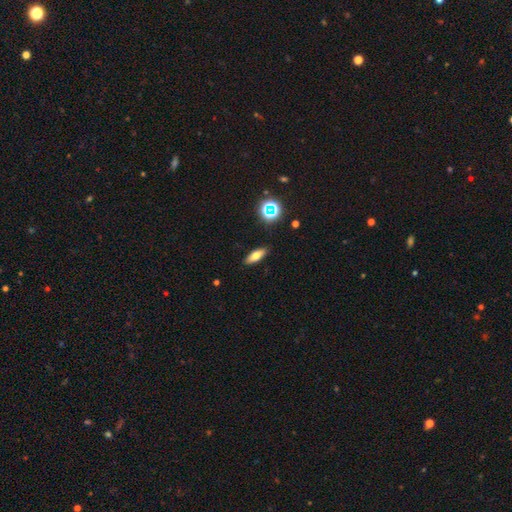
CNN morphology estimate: The model was most divided on "how rounded": in between: 61%, cigar-shaped: 34%, round: 4%. More confident: merging — none (88%); smooth or featured — smooth (67%).